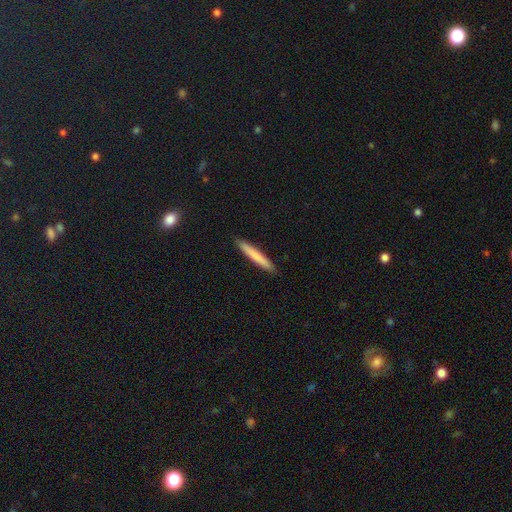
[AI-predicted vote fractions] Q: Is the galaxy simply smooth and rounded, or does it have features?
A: smooth — 77%.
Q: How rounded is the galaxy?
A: cigar-shaped — 96%.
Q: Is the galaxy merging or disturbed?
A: none — 92%.